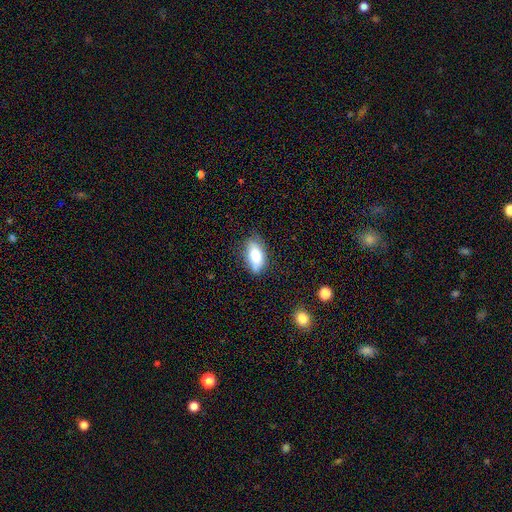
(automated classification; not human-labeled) Smooth or featured? Predicted: smooth (p=0.74). How rounded? Predicted: in between (p=0.89). Merging? Predicted: none (p=0.71).